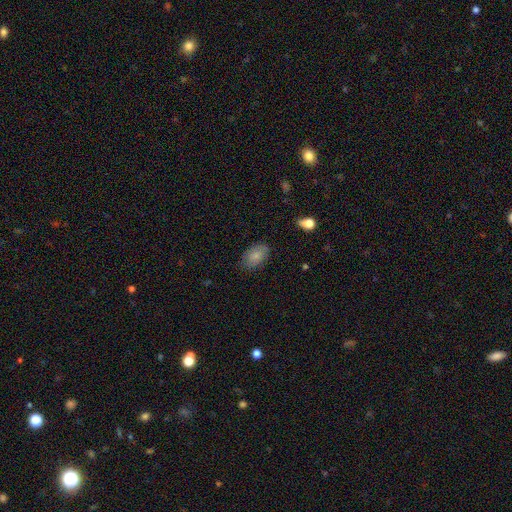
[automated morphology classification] Smooth or featured? Predicted: smooth (p=0.80). How rounded? Predicted: in between (p=0.90). Merging? Predicted: none (p=0.78).